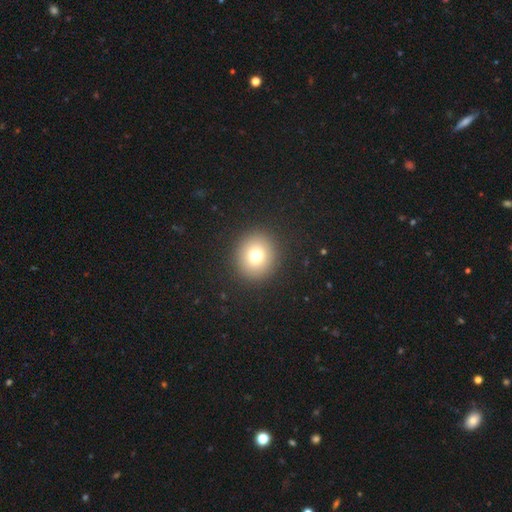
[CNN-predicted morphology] smooth 74%, star or artifact 14%, featured or disk 12%. Down the decision tree: how rounded — round (88%); merging — none (91%).